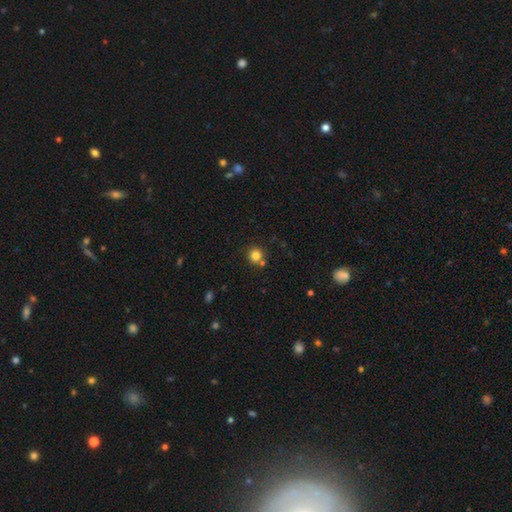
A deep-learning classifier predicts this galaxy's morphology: This is clearly a smooth galaxy (80%). How rounded: clearly round (92%). Merging: likely none (74%).